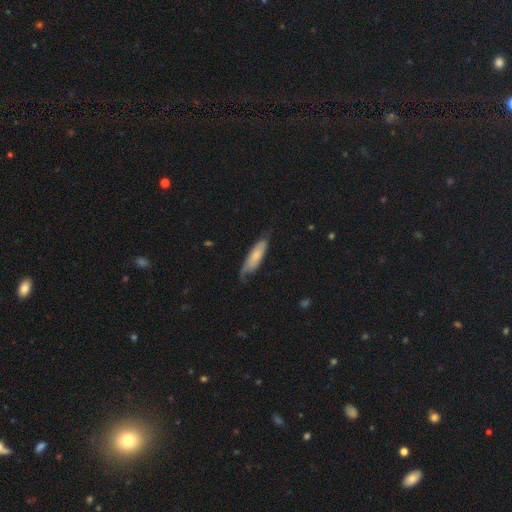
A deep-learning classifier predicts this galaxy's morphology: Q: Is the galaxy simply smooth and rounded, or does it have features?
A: smooth — 61%.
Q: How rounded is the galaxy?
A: cigar-shaped — 54%.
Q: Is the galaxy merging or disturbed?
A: none — 56%.